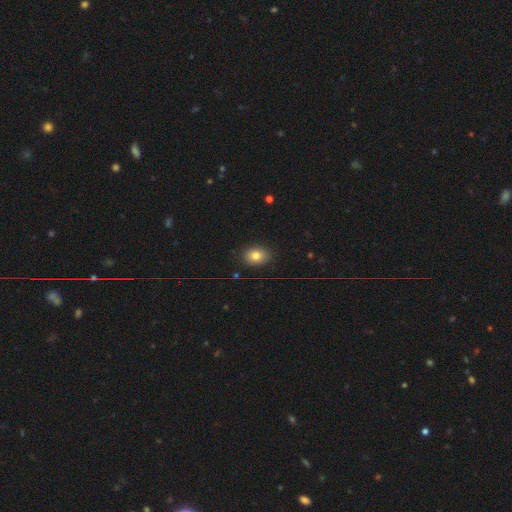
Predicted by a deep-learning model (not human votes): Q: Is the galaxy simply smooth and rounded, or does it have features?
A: smooth — 81%.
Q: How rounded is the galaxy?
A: in between — 62%.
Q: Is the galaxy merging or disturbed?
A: none — 87%.